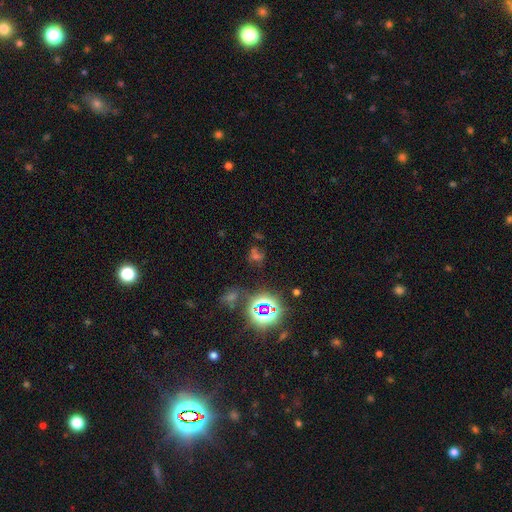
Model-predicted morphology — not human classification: The model was most divided on "smooth or featured": star or artifact: 63%, smooth: 25%, featured or disk: 12%.